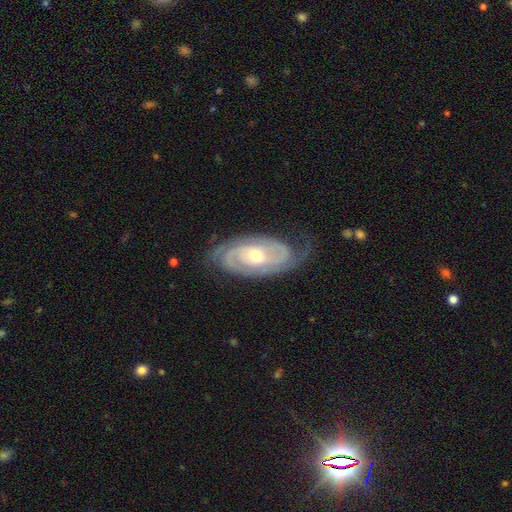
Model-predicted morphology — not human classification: A featured or disk galaxy (89%) with no bar (61%), 2 (60%) tight (72%) spiral arms (97%) and a moderate central bulge (69%). Merging: none (74%).